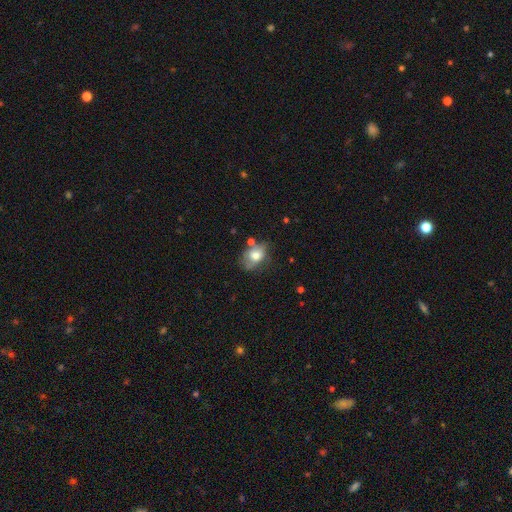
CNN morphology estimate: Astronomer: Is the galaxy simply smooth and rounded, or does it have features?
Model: smooth — 66%.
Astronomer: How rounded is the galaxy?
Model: in between — 76%.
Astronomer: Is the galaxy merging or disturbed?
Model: none — 46% (runner-up: minor disturbance, 30%).